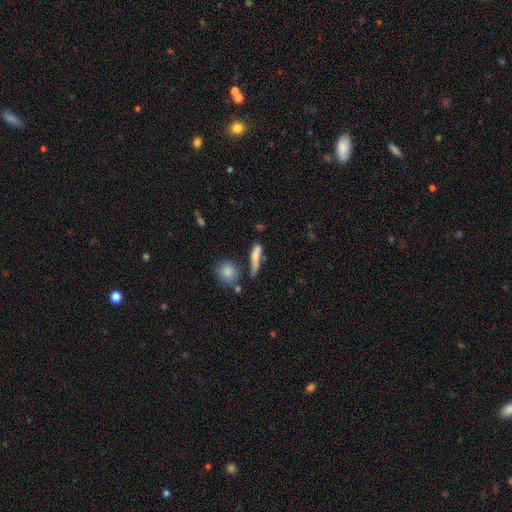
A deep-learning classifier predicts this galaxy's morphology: This is likely a smooth galaxy (68%). How rounded: likely cigar-shaped (75%). Merging: possibly none (50%).